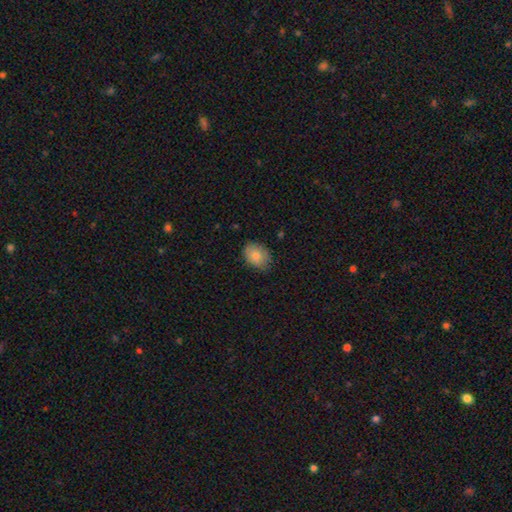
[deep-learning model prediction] Smooth or featured? Predicted: smooth (p=0.82). How rounded? Predicted: in between (p=0.69). Merging? Predicted: none (p=0.72).